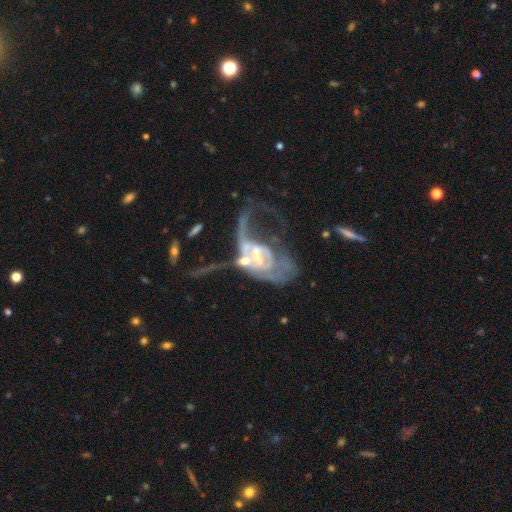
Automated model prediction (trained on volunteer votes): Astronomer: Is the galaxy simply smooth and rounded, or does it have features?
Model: featured or disk — 77%.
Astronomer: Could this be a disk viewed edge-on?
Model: no — 94%.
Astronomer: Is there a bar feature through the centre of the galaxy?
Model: no — 53% (runner-up: weak, 33%).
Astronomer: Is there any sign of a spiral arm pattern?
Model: yes — 62% (runner-up: no, 38%).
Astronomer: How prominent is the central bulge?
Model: moderate — 35%, tied with small at 35%.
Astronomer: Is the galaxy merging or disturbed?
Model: major disturbance — 42% (runner-up: merger, 39%).